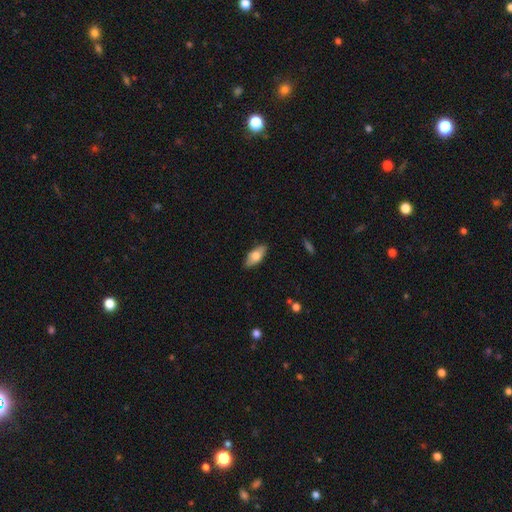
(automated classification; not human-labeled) Overall: smooth (69%). How rounded: in between (84%). Merging: none (85%).